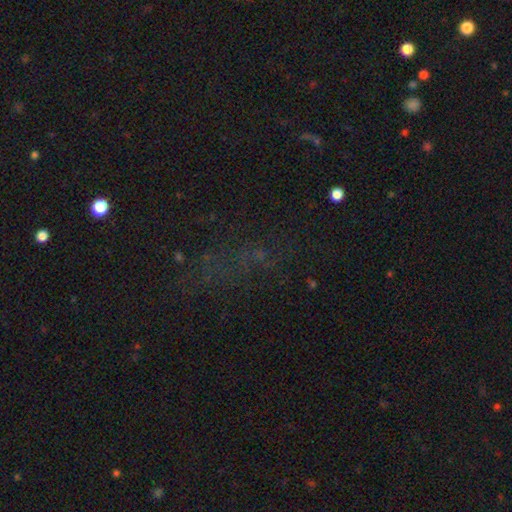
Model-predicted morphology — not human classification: A star or artifact, not a galaxy (56%).

Vote fractions:
- Smooth or featured? star or artifact: 56% / smooth: 27% / featured or disk: 18%